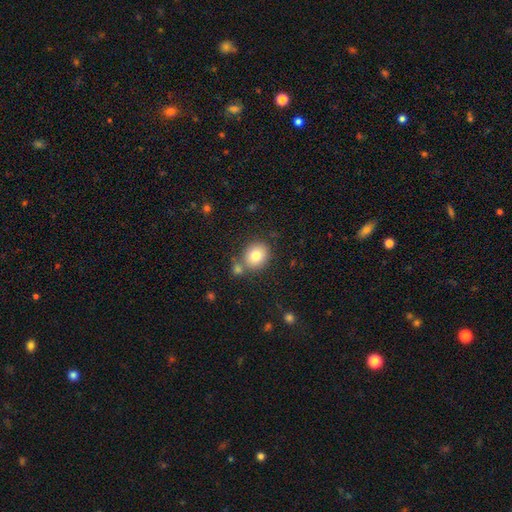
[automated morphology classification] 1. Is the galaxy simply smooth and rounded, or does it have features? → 79% smooth, 11% featured or disk, 10% star or artifact.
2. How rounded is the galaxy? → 67% round, 32% in between, 1% cigar-shaped.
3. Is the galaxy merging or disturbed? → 67% none, 18% merger, 11% minor disturbance, 3% major disturbance.